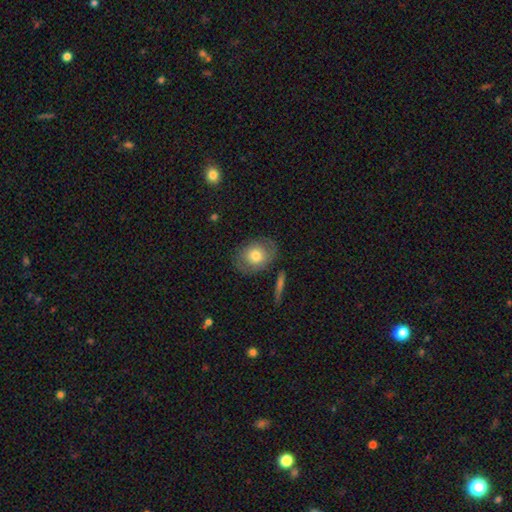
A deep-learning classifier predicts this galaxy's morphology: smooth_or_featured: smooth (p=0.65) [alt: featured or disk p=0.27]
how_rounded: round (p=0.53) [alt: in between p=0.46]
merging: none (p=0.75) [alt: minor disturbance p=0.16]